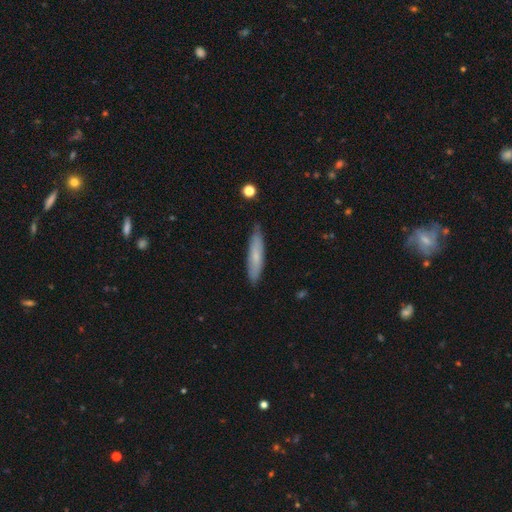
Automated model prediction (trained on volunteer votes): This appears to be a smooth galaxy with no disk features (66%) that is cigar-shaped (82%). Merging: none (84%).